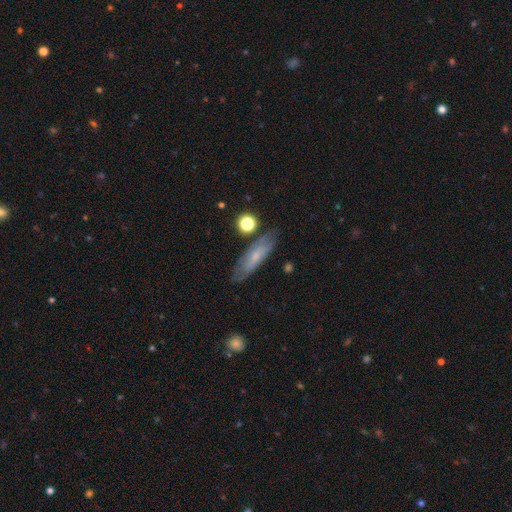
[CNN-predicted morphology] Smooth or featured?
  - smooth: 52% *
  - featured or disk: 40%
  - star or artifact: 8%
How rounded?
  - cigar-shaped: 57% *
  - in between: 39%
  - round: 3%
Merging?
  - none: 76% *
  - minor disturbance: 16%
  - major disturbance: 4%
  - merger: 3%